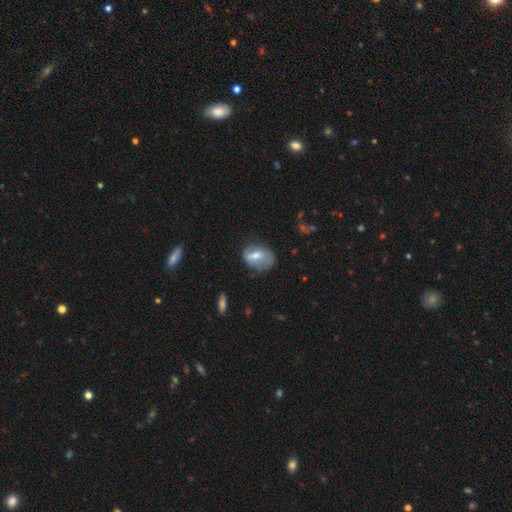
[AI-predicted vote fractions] A smooth galaxy with no disk features (53%) that is in between round and cigar-shaped (74%). Merging: none (53%).